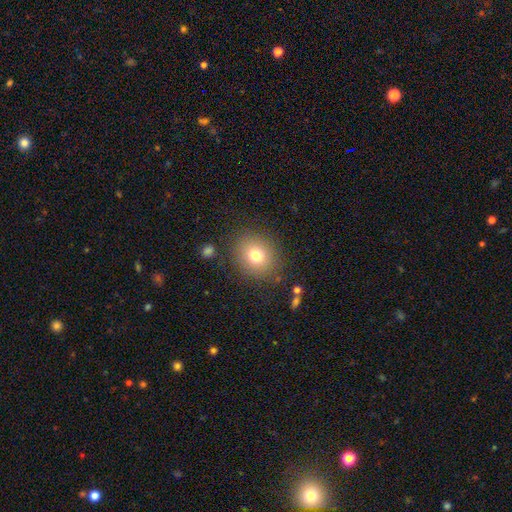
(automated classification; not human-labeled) Q: Smooth or featured?
A: smooth (77%); runner-up: star or artifact (12%)
Q: How rounded?
A: round (74%); runner-up: in between (26%)
Q: Merging?
A: none (84%); runner-up: minor disturbance (10%)